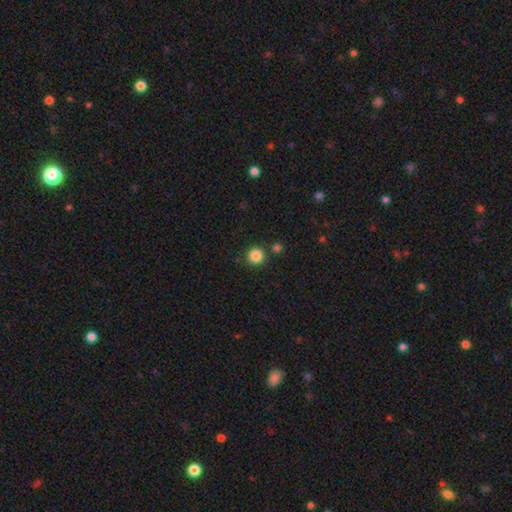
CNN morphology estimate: The model was most divided on "smooth or featured": smooth: 86%, star or artifact: 11%, featured or disk: 3%. More confident: how rounded — round (93%); merging — none (85%).